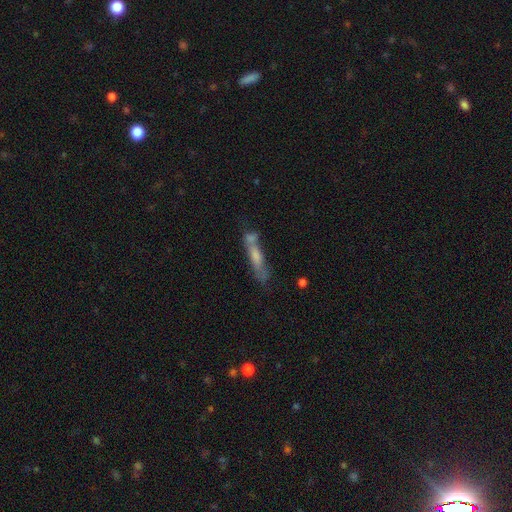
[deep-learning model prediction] This appears to be a smooth galaxy with no disk features (48%). Merging: none (40%).